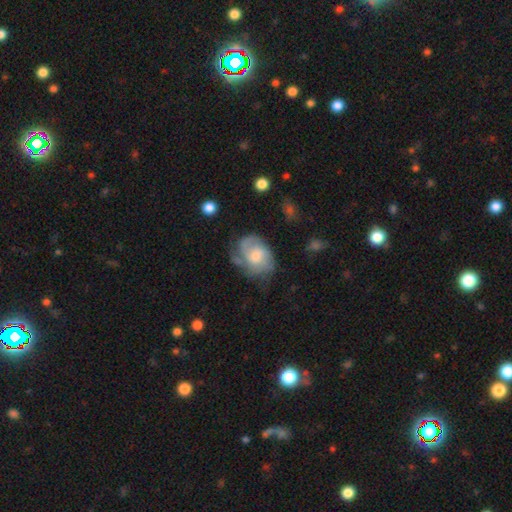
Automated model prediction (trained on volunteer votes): smooth_or_featured: featured or disk (p=0.59) [alt: smooth p=0.33]
disk_edge_on: no (p=0.97) [alt: yes p=0.03]
bar: no (p=0.70) [alt: weak p=0.27]
has_spiral_arms: yes (p=0.80) [alt: no p=0.20]
bulge_size: moderate (p=0.54) [alt: small p=0.33]
merging: none (p=0.52) [alt: minor disturbance p=0.28]